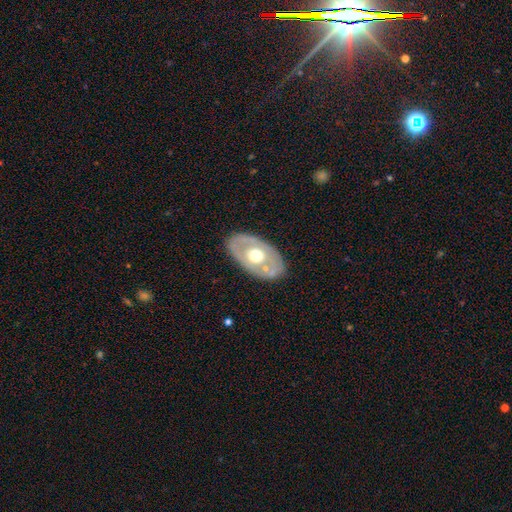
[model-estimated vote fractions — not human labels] Morphology: type=featured or disk (55%); edge-on=no (86%); merging=none (80%).